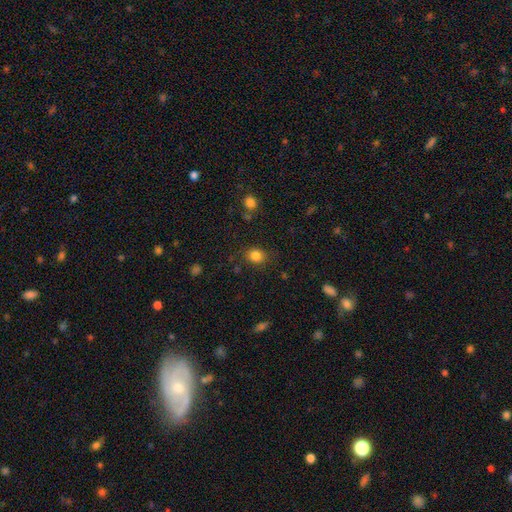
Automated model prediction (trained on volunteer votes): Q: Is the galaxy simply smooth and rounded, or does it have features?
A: smooth — 83%.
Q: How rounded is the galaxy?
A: round — 56%.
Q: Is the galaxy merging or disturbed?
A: none — 82%.